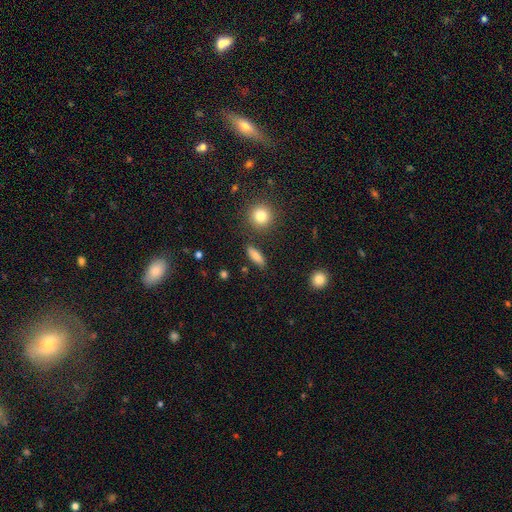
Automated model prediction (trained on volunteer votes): The model was most divided on "how rounded": in between: 51%, cigar-shaped: 42%, round: 7%. More confident: merging — none (84%); smooth or featured — smooth (79%).